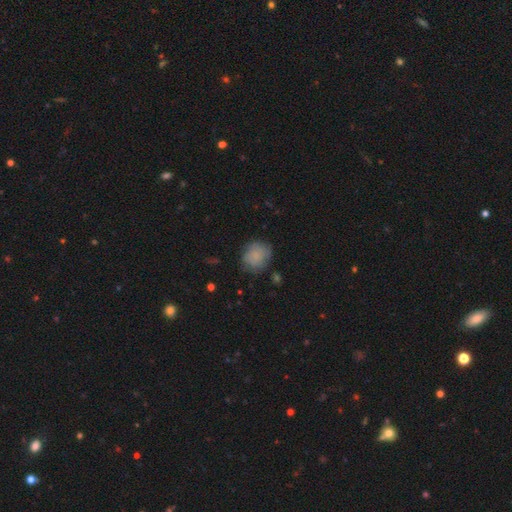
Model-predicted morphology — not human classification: Smooth or featured? smooth (76%)
How rounded? round (74%)
Merging? none (68%)